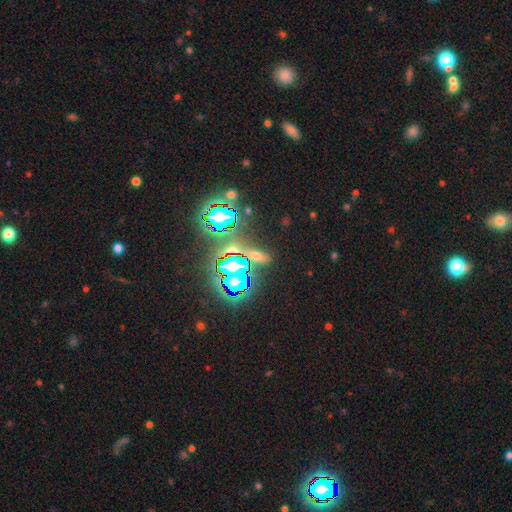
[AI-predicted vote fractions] A star or artifact, not a galaxy (53%).

Vote fractions:
- Smooth or featured? star or artifact: 53% / smooth: 34% / featured or disk: 13%